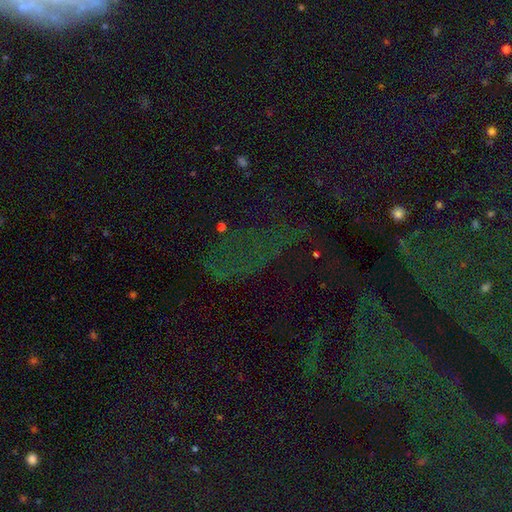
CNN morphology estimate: Q: Smooth or featured?
A: star or artifact (77%); runner-up: smooth (13%)